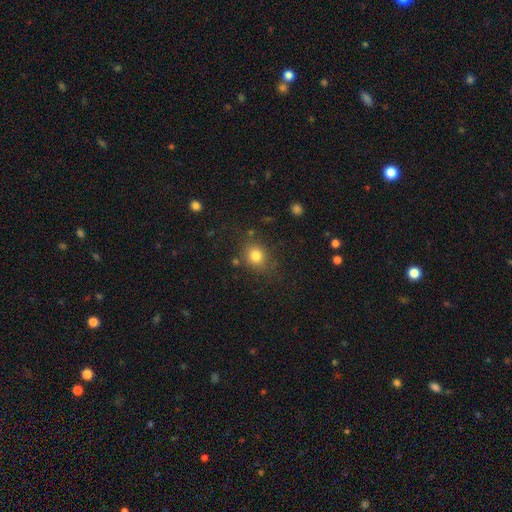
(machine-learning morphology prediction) smooth_or_featured: smooth (p=0.81) [alt: star or artifact p=0.12]
how_rounded: round (p=0.71) [alt: in between p=0.28]
merging: none (p=0.78) [alt: minor disturbance p=0.13]